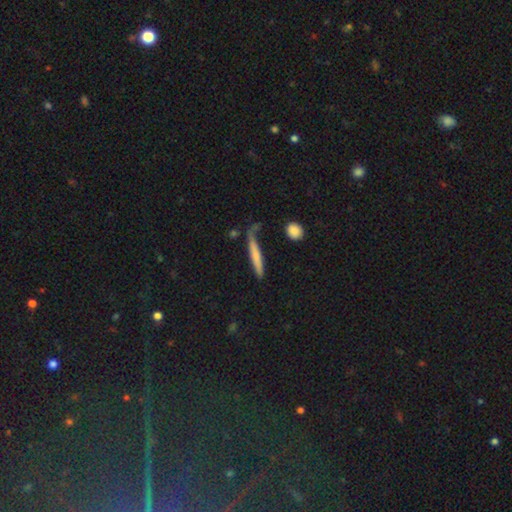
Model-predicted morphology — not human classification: smooth 61%, featured or disk 32%, star or artifact 6%. Down the decision tree: how rounded — cigar-shaped (92%); merging — none (58%).